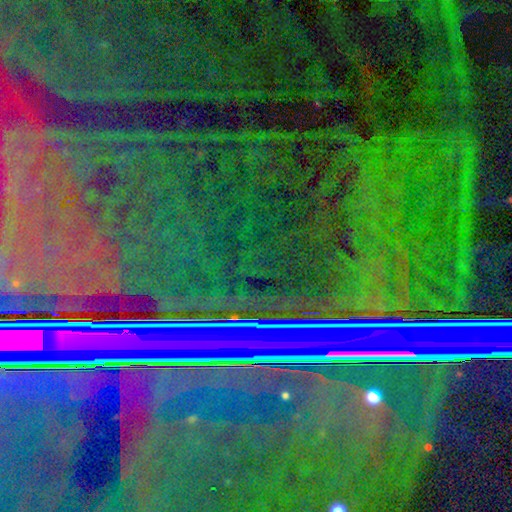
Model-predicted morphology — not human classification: Smooth or featured? star or artifact (85%)